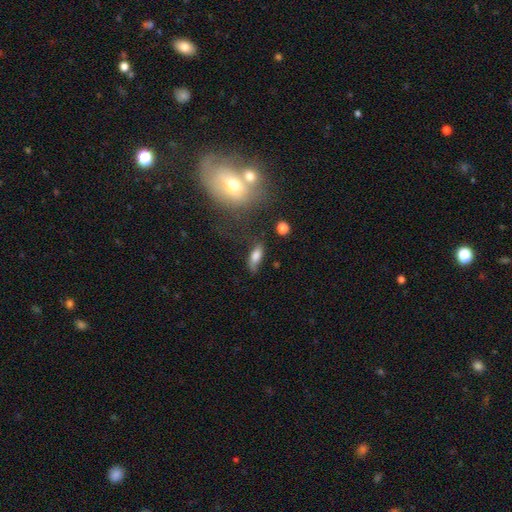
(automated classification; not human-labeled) This appears to be a smooth galaxy with no disk features (70%) that is in between round and cigar-shaped (74%). Merging: none (55%).